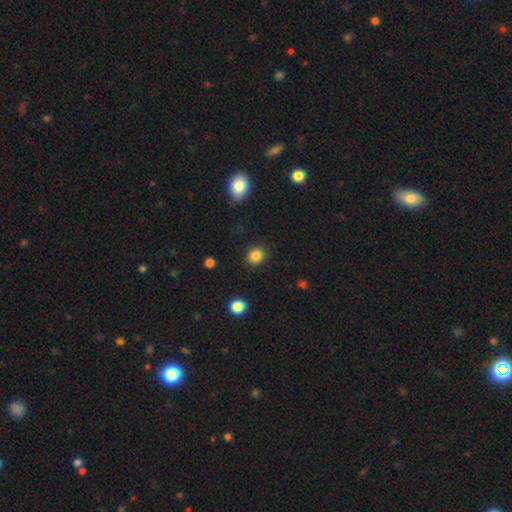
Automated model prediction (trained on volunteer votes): Q: Smooth or featured?
A: smooth (85%); runner-up: star or artifact (10%)
Q: How rounded?
A: round (73%); runner-up: in between (26%)
Q: Merging?
A: none (87%); runner-up: minor disturbance (9%)